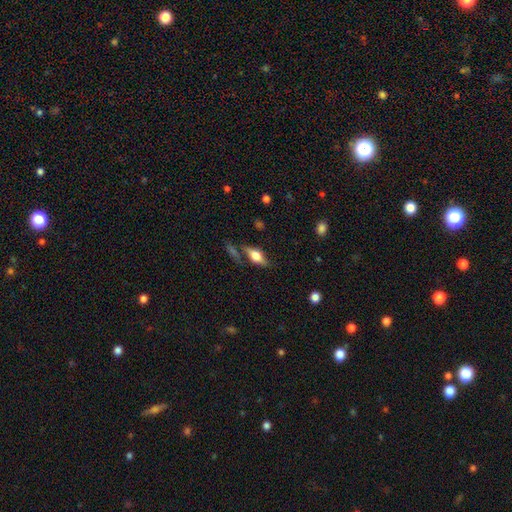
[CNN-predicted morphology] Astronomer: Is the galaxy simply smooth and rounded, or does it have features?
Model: smooth — 49% (runner-up: featured or disk, 43%).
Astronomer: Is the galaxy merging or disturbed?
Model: none — 66%.